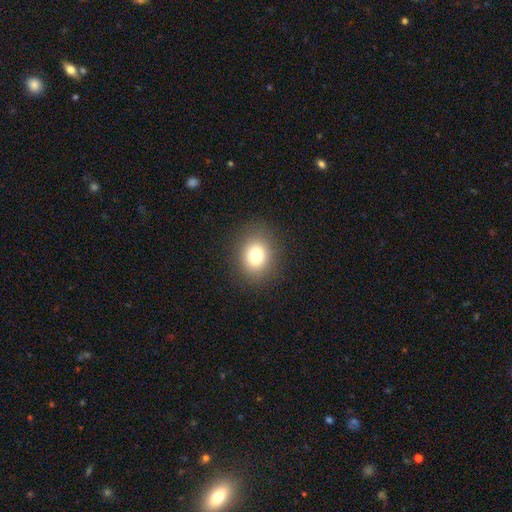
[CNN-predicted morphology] A smooth galaxy with no disk features (79%) that is round (59%). Merging: none (87%).